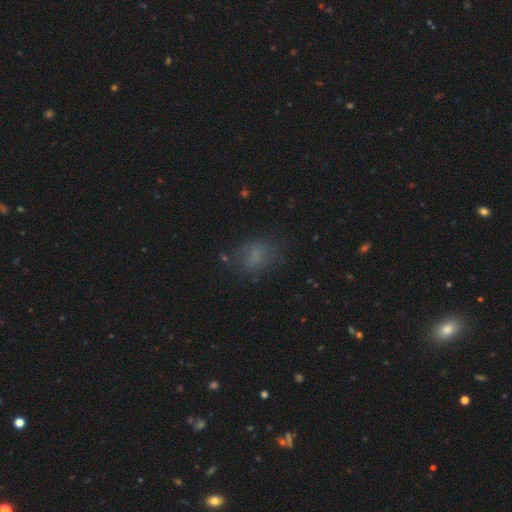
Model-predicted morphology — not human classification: Smooth or featured? smooth (65%)
How rounded? in between (66%)
Merging? none (64%)